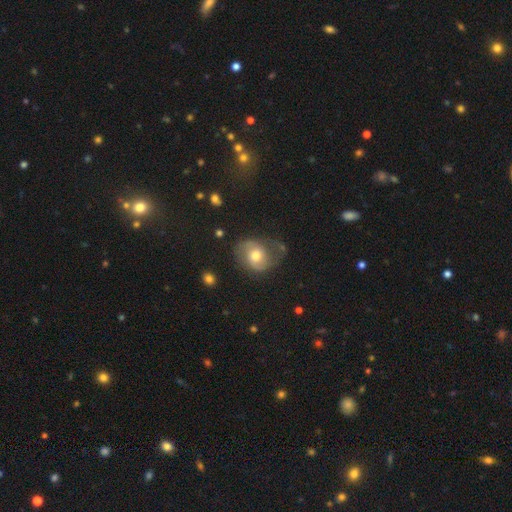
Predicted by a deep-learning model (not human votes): Smooth or featured? featured or disk (53%)
Edge-on disk? no (96%)
Bar? no (63%)
Spiral arms? yes (75%)
Bulge size? moderate (70%)
Merging? none (52%)